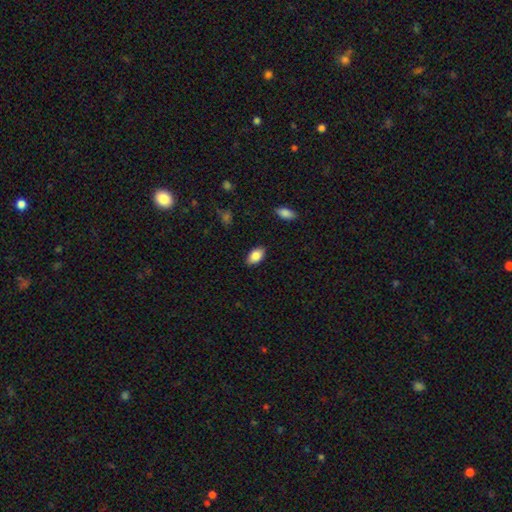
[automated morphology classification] This is clearly a smooth galaxy (85%). How rounded: clearly in between (92%). Merging: clearly none (87%).